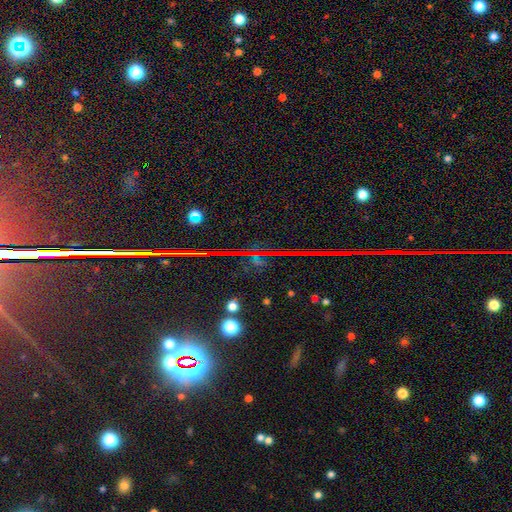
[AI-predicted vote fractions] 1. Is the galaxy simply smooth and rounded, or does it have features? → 73% star or artifact, 14% featured or disk, 13% smooth.